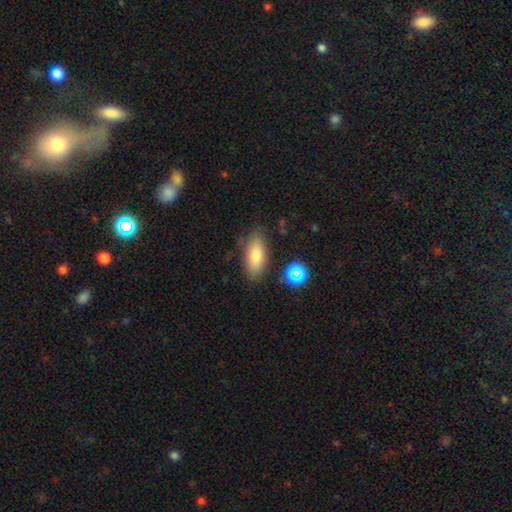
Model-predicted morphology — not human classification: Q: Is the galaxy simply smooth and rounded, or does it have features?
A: smooth — 79%.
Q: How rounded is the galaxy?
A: in between — 80%.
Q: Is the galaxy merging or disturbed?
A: none — 79%.